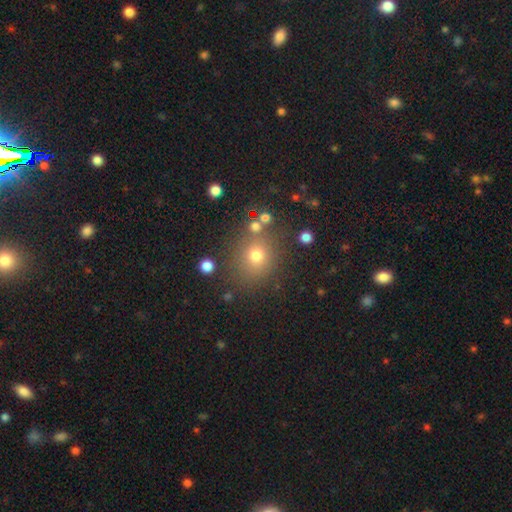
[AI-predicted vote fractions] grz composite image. It shows a smooth galaxy with no disk features (72%) that is round (81%). Merging: none (77%).